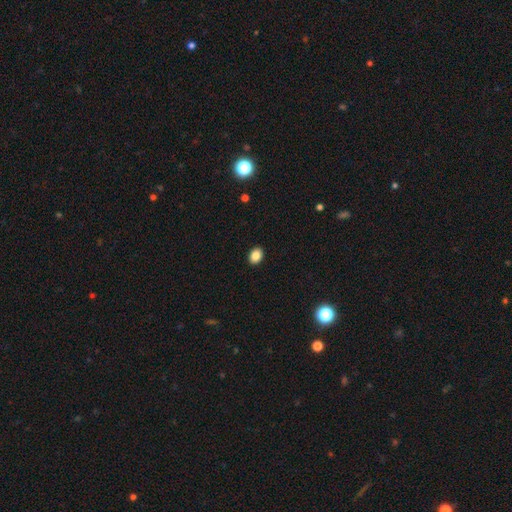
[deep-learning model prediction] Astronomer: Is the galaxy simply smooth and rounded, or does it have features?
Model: smooth — 87%.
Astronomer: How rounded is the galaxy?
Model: in between — 66%.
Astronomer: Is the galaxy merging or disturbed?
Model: none — 91%.